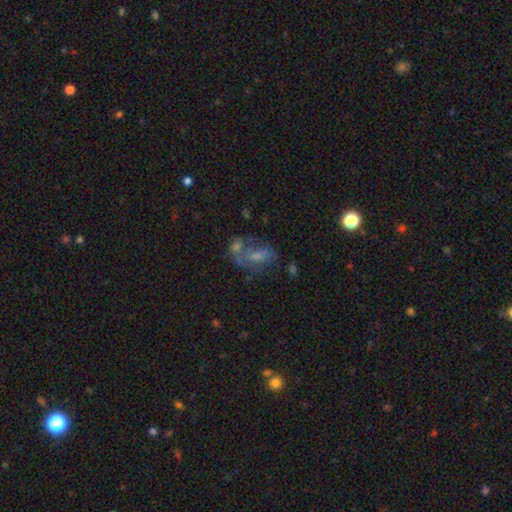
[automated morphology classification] Smooth or featured? Predicted: featured or disk (p=0.45). Merging? Predicted: none (p=0.34).